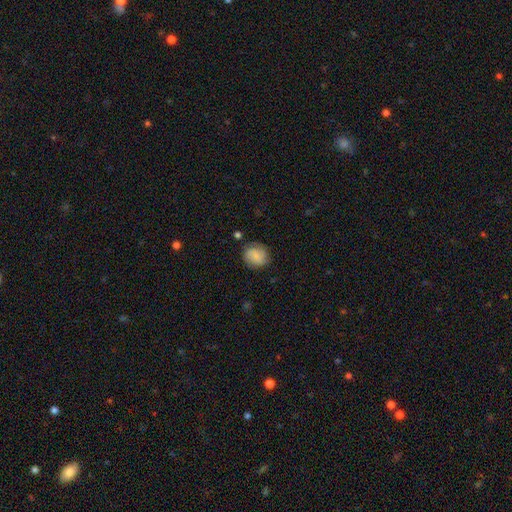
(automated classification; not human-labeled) Overall: smooth (75%). How rounded: round (77%). Merging: none (80%).